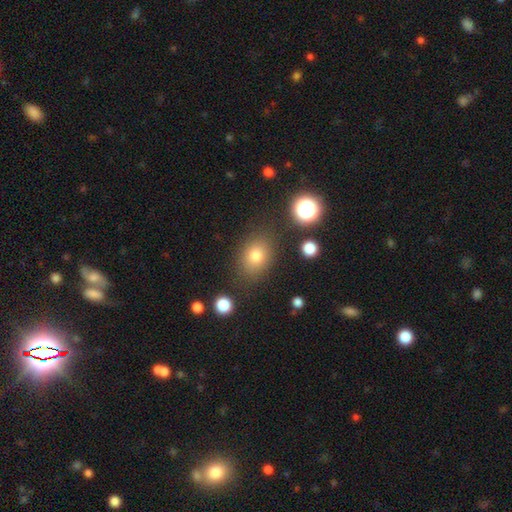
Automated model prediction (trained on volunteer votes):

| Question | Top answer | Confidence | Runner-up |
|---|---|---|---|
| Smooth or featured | smooth | 76% | star or artifact (14%) |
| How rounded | in between | 56% | round (43%) |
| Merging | none | 81% | minor disturbance (11%) |